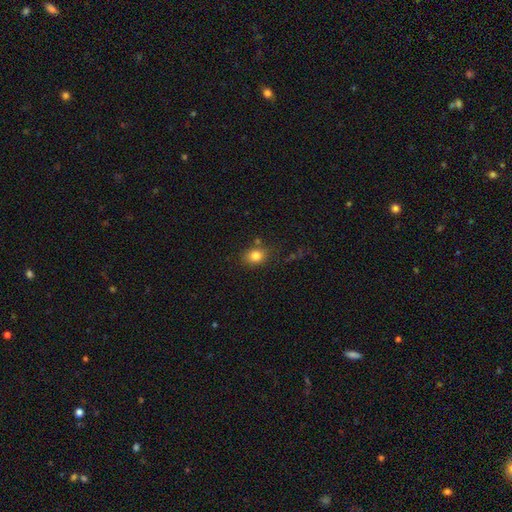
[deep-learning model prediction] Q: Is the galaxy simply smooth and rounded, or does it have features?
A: smooth — 82%.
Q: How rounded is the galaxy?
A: in between — 50%.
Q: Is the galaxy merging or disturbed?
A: none — 75%.